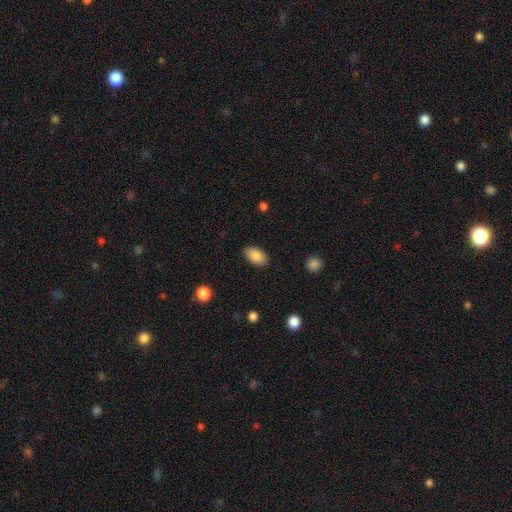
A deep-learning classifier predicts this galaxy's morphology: smooth_or_featured: smooth (p=0.88) [alt: star or artifact p=0.07]
how_rounded: in between (p=0.94) [alt: round p=0.04]
merging: none (p=0.86) [alt: minor disturbance p=0.10]